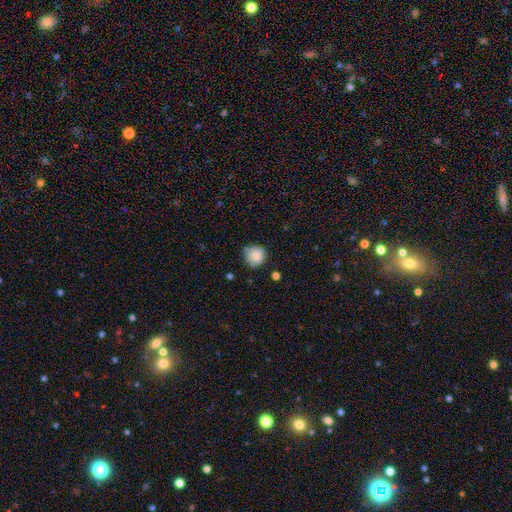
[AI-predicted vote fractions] A smooth galaxy with no disk features (83%) that is round (92%).

Vote fractions:
- Smooth or featured? smooth: 83% / star or artifact: 9% / featured or disk: 8%
- How rounded? round: 92% / in between: 7% / cigar-shaped: 1%
- Merging? none: 76% / minor disturbance: 19% / major disturbance: 3% / merger: 3%